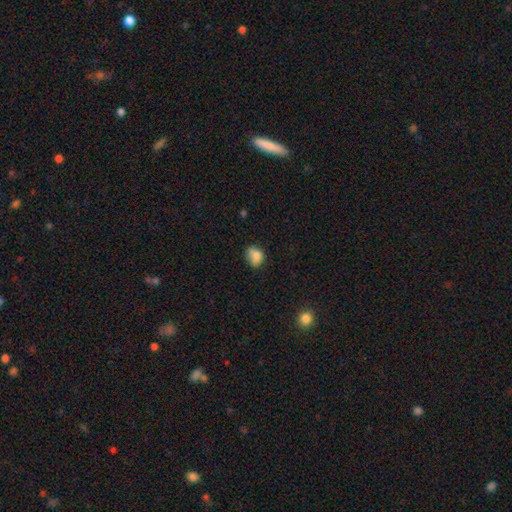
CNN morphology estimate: Q: Smooth or featured?
A: smooth (80%); runner-up: star or artifact (10%)
Q: How rounded?
A: round (50%); runner-up: in between (49%)
Q: Merging?
A: none (54%); runner-up: minor disturbance (31%)